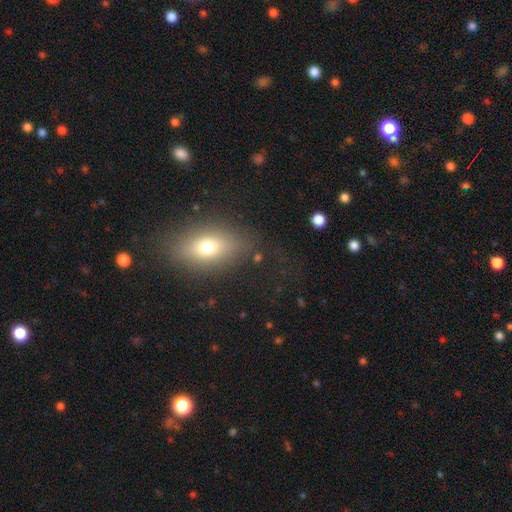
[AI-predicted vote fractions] A smooth galaxy with no disk features (68%) that is in between round and cigar-shaped (77%). Merging: none (71%).